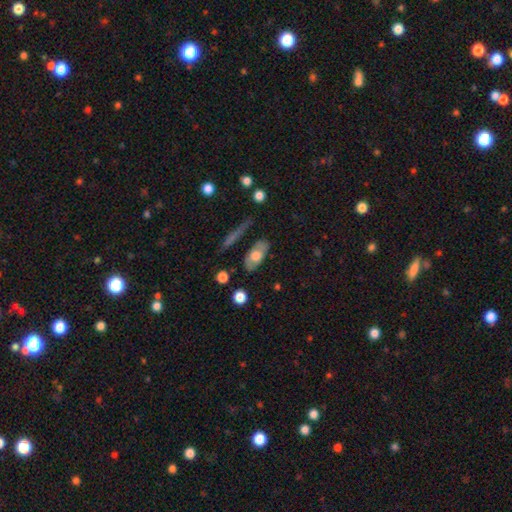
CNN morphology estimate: smooth 61%, featured or disk 33%, star or artifact 6%. Down the decision tree: how rounded — in between (85%); merging — none (70%).